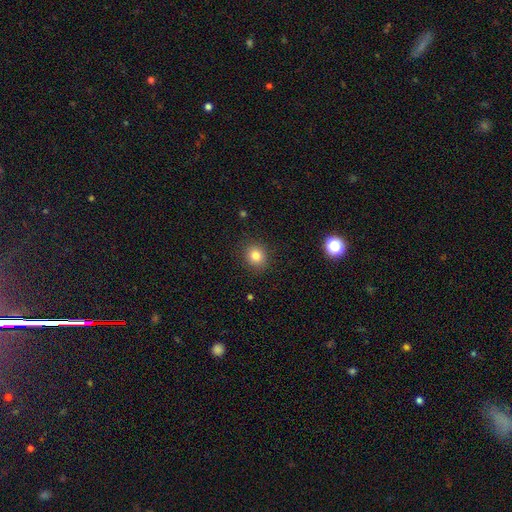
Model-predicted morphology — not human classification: Smooth or featured? Predicted: smooth (p=0.81). How rounded? Predicted: round (p=0.80). Merging? Predicted: none (p=0.89).